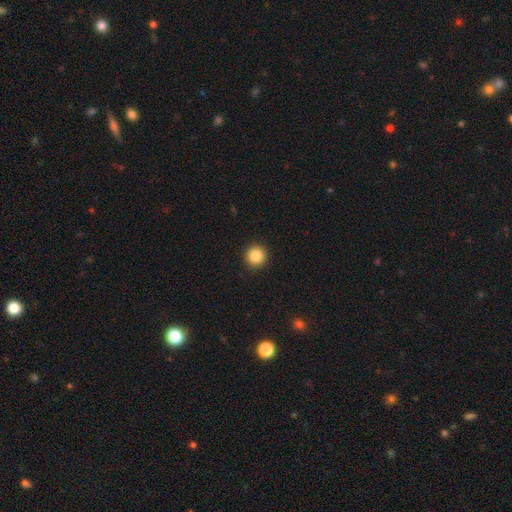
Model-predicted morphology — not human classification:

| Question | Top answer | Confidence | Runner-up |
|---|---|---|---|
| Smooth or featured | smooth | 86% | star or artifact (10%) |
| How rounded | round | 95% | in between (4%) |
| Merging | none | 93% | minor disturbance (4%) |